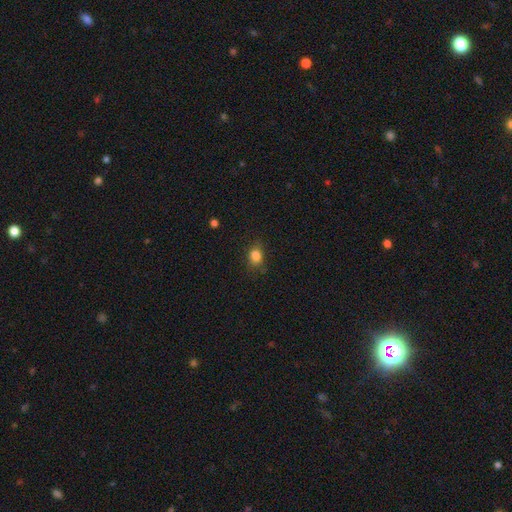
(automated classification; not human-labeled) smooth-or-featured: smooth: 83% | star or artifact: 12% | featured or disk: 5%
  how-rounded: in between: 55% | round: 43% | cigar-shaped: 1%
  merging: none: 71% | minor disturbance: 20% | major disturbance: 6% | merger: 2%